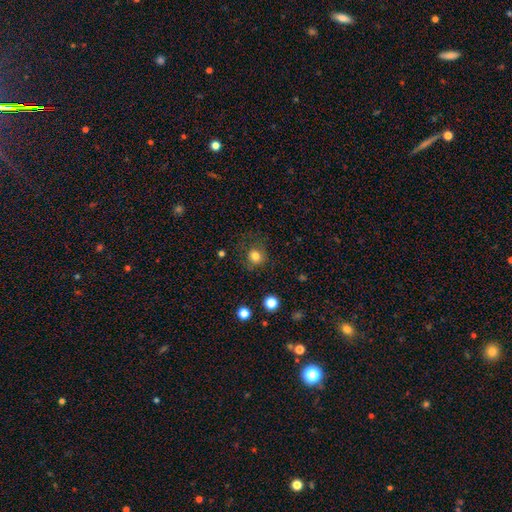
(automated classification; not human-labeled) A smooth galaxy with no disk features (80%) that is round (87%).

Vote fractions:
- Smooth or featured? smooth: 80% / star or artifact: 13% / featured or disk: 8%
- How rounded? round: 87% / in between: 12% / cigar-shaped: 1%
- Merging? none: 75% / minor disturbance: 15% / major disturbance: 9% / merger: 2%